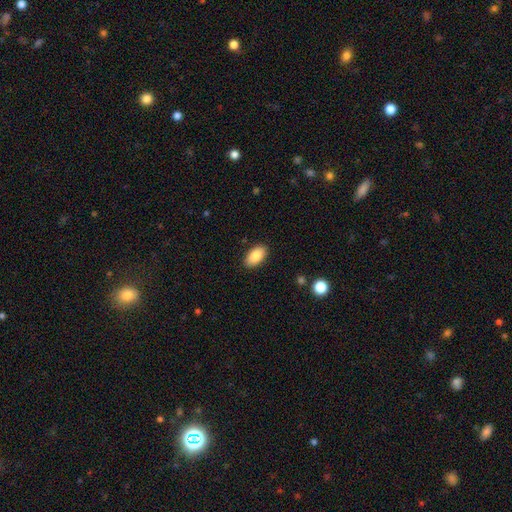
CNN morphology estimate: Smooth or featured: smooth — 86% (featured or disk — 7%)
How rounded: in between — 94% (round — 3%)
Merging: none — 88% (minor disturbance — 9%)